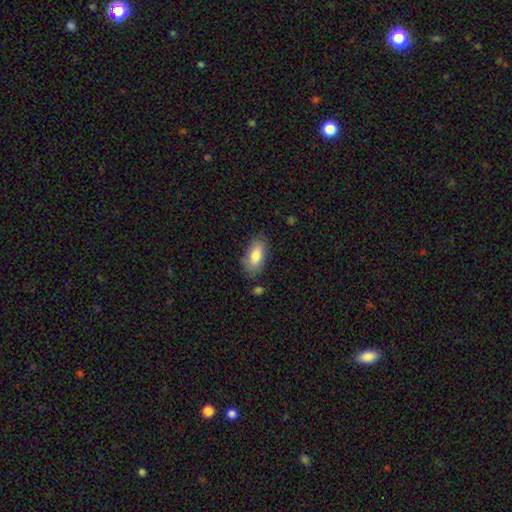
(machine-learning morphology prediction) type=smooth (81%); roundness=in between (91%); merging=none (76%).